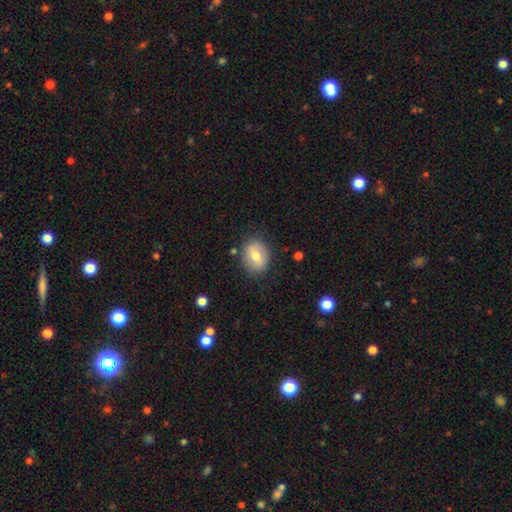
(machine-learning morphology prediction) The model was most divided on "how rounded": in between: 59%, round: 40%, cigar-shaped: 1%. More confident: merging — none (82%); smooth or featured — smooth (68%).